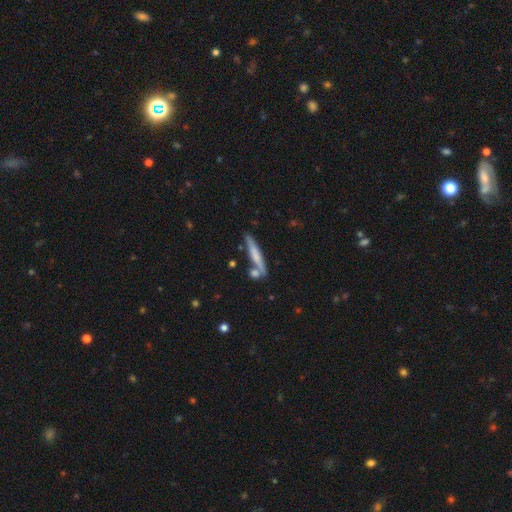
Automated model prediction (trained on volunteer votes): smooth_or_featured: smooth (p=0.57) [alt: featured or disk p=0.37]
how_rounded: cigar-shaped (p=0.90) [alt: in between p=0.07]
merging: none (p=0.69) [alt: merger p=0.15]